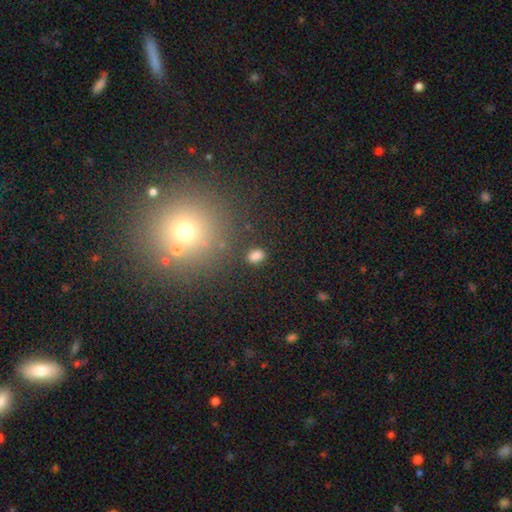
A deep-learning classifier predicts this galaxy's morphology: Overall: smooth (81%). How rounded: in between (72%). Merging: none (83%).